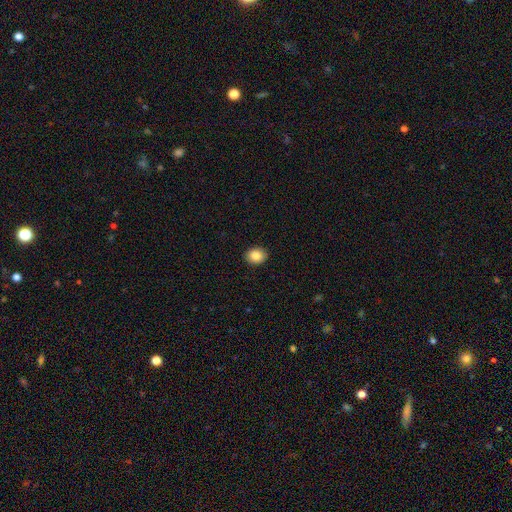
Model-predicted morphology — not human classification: A smooth galaxy with no disk features (86%) that is round (52%).

Vote fractions:
- Smooth or featured? smooth: 86% / star or artifact: 9% / featured or disk: 5%
- How rounded? round: 52% / in between: 47% / cigar-shaped: 1%
- Merging? none: 91% / minor disturbance: 6% / major disturbance: 2% / merger: 1%